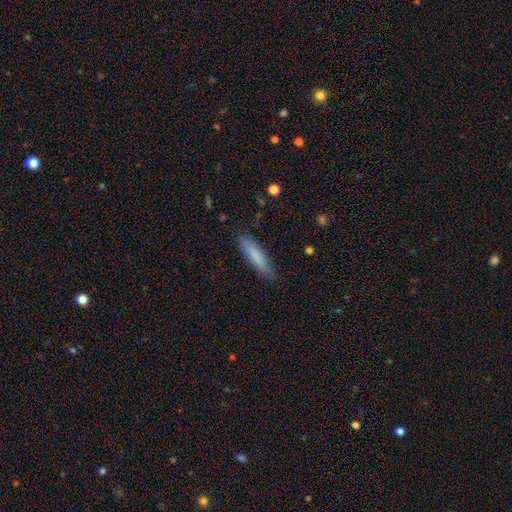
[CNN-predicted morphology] Q: Smooth or featured?
A: smooth (81%); runner-up: featured or disk (13%)
Q: How rounded?
A: cigar-shaped (77%); runner-up: in between (21%)
Q: Merging?
A: none (82%); runner-up: minor disturbance (14%)